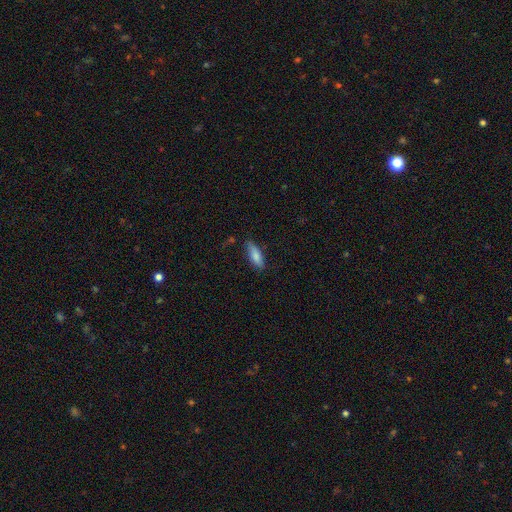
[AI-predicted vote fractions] Smooth or featured: smooth — 81% (featured or disk — 12%)
How rounded: in between — 55% (cigar-shaped — 43%)
Merging: none — 75% (minor disturbance — 19%)